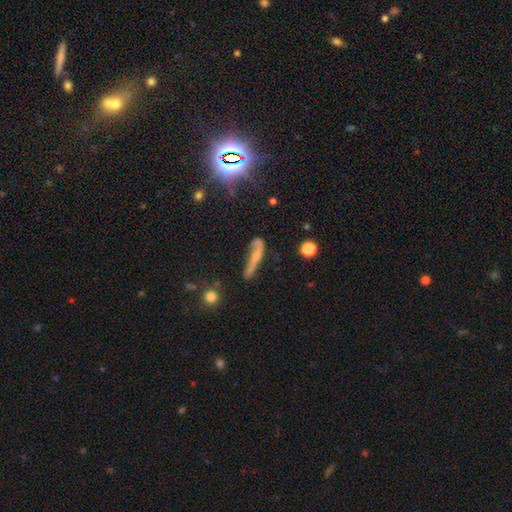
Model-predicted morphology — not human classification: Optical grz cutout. It shows a featured or disk galaxy (48%). Merging: none (42%).